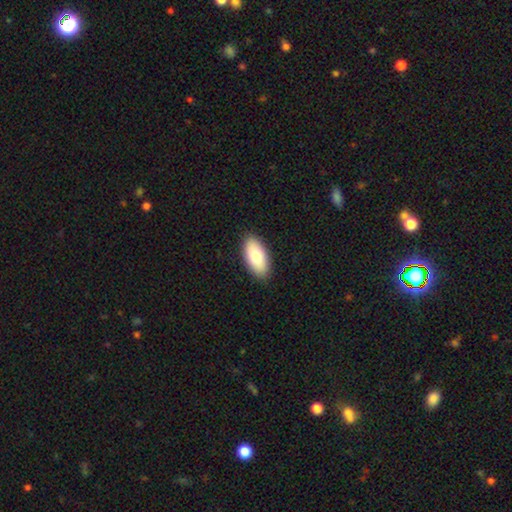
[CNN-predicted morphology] Smooth or featured? smooth (77%)
How rounded? in between (93%)
Merging? none (89%)